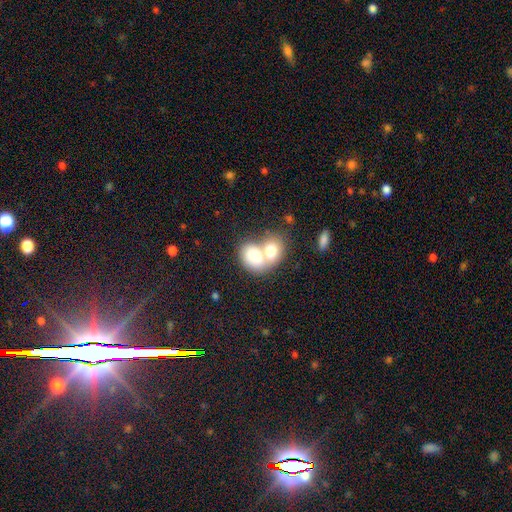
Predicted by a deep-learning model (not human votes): smooth 75%, featured or disk 17%, star or artifact 7%. Down the decision tree: how rounded — in between (66%); merging — merger (70%).